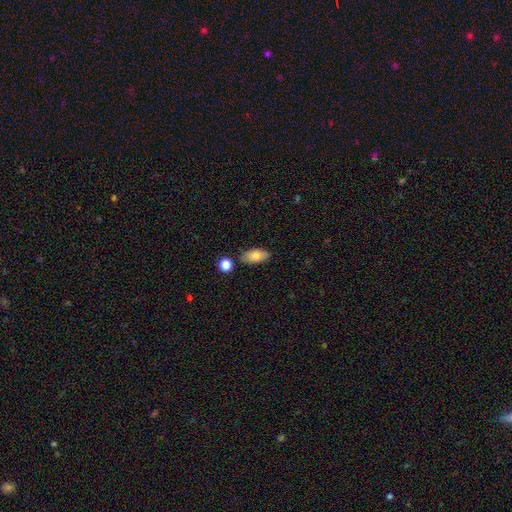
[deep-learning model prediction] smooth-or-featured: smooth: 78% | featured or disk: 14% | star or artifact: 7%
  how-rounded: in between: 90% | cigar-shaped: 6% | round: 4%
  merging: none: 81% | minor disturbance: 12% | merger: 5% | major disturbance: 3%